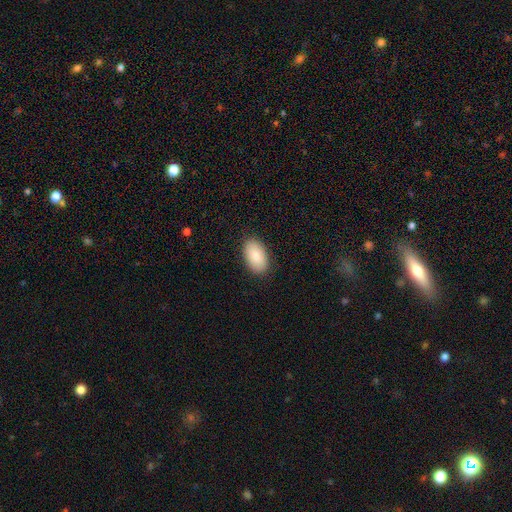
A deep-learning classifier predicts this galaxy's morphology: Smooth or featured? smooth (86%)
How rounded? in between (95%)
Merging? none (88%)